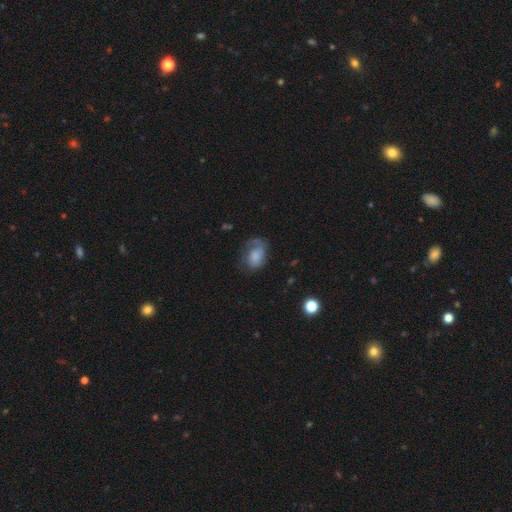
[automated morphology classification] Smooth or featured? Predicted: smooth (p=0.54). How rounded? Predicted: in between (p=0.78). Merging? Predicted: none (p=0.43).